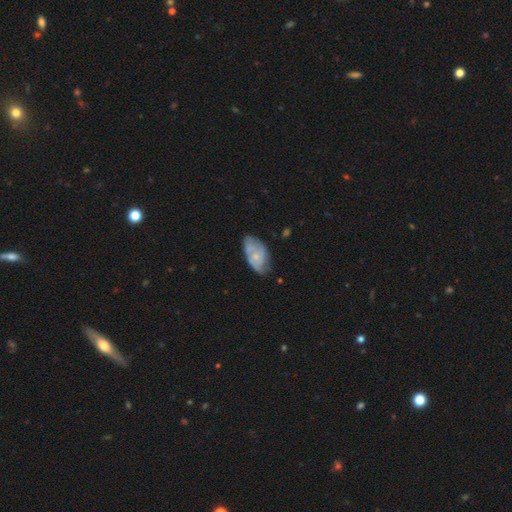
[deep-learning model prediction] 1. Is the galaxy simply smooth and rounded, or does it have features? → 59% featured or disk, 35% smooth, 6% star or artifact.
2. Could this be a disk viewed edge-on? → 95% no, 5% yes.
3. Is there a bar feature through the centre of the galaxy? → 76% no, 21% weak, 3% strong.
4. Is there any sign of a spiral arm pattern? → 75% yes, 25% no.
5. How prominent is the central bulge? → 64% small, 26% moderate, 8% none, 1% large, 1% dominant.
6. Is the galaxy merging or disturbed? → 57% none, 30% minor disturbance, 9% major disturbance, 4% merger.